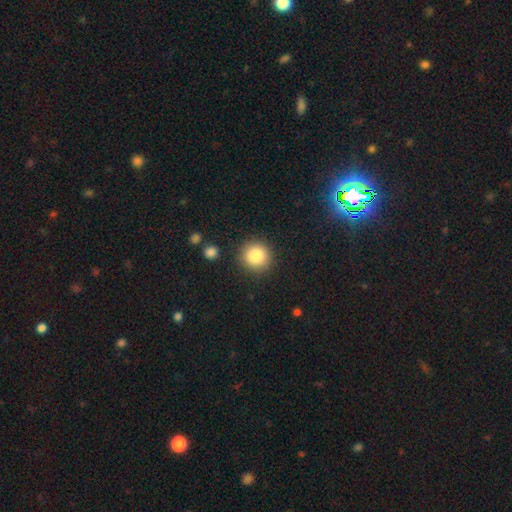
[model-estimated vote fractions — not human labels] This appears to be a smooth galaxy with no disk features (85%) that is round (93%). Merging: none (89%).